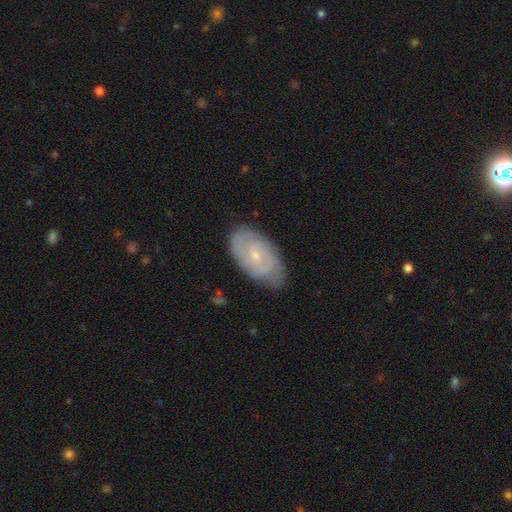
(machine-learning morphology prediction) smooth_or_featured: featured or disk (p=0.68) [alt: smooth p=0.25]
disk_edge_on: no (p=0.95) [alt: yes p=0.05]
bar: no (p=0.59) [alt: weak p=0.36]
has_spiral_arms: yes (p=0.88) [alt: no p=0.12]
spiral_winding: tight (p=0.57) [alt: medium p=0.33]
spiral_arm_count: 2 (p=0.43) [alt: can't tell p=0.35]
bulge_size: small (p=0.74) [alt: moderate p=0.22]
merging: none (p=0.75) [alt: minor disturbance p=0.20]